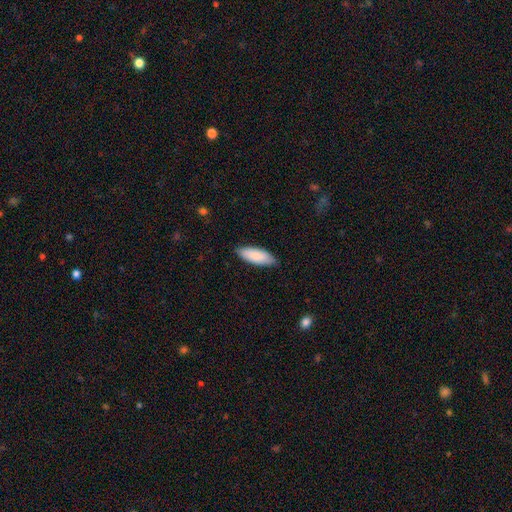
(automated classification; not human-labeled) This appears to be a smooth galaxy with no disk features (86%) that is in between round and cigar-shaped (74%). Merging: none (83%).